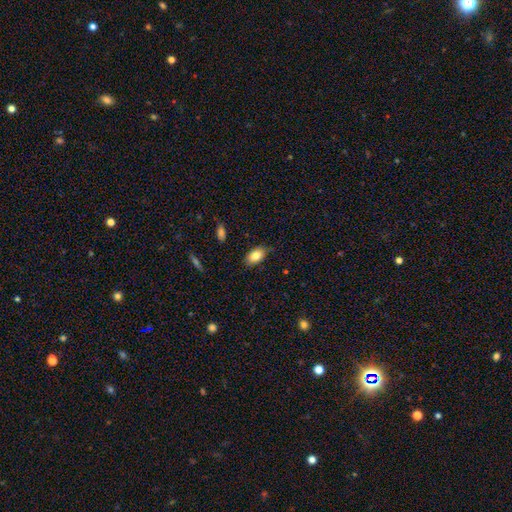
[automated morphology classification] This appears to be a smooth galaxy with no disk features (82%) that is in between round and cigar-shaped (91%). Merging: none (80%).